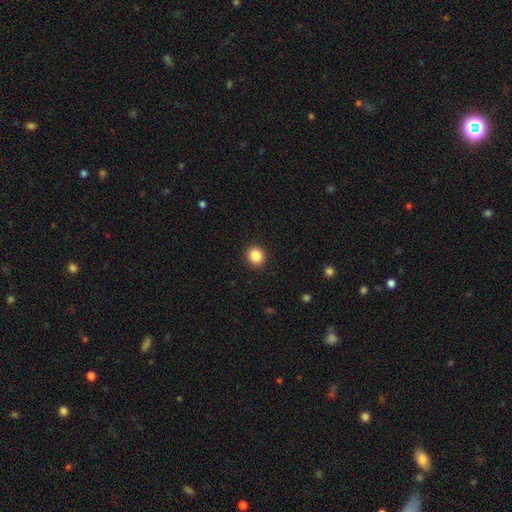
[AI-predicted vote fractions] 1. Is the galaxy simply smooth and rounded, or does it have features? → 86% smooth, 10% star or artifact, 4% featured or disk.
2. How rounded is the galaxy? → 85% round, 14% in between, 1% cigar-shaped.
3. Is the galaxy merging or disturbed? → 92% none, 5% minor disturbance, 2% major disturbance, 1% merger.